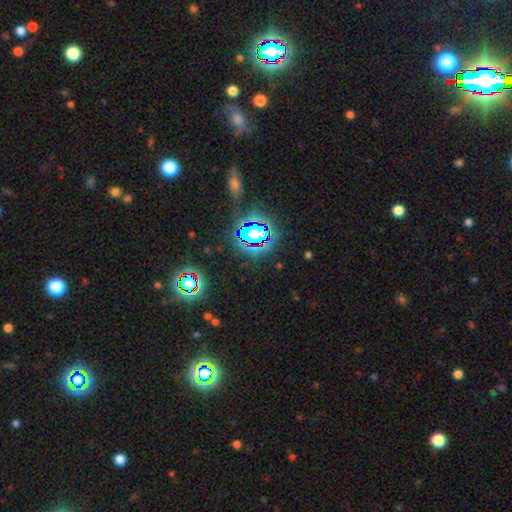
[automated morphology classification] Overall: star or artifact (80%).